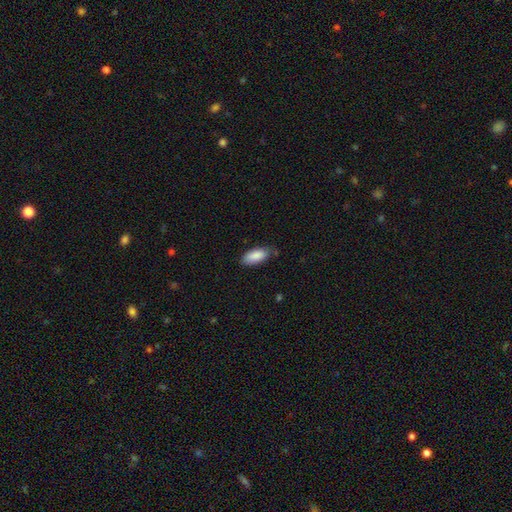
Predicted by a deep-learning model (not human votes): Morphology: type=smooth (88%); roundness=in between (88%); merging=none (73%).